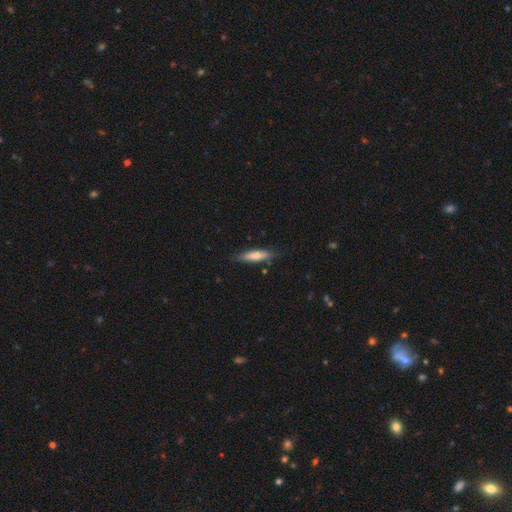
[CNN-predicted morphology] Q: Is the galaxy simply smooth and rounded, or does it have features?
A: smooth — 74%.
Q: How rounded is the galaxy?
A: cigar-shaped — 73%.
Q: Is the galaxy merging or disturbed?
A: none — 80%.